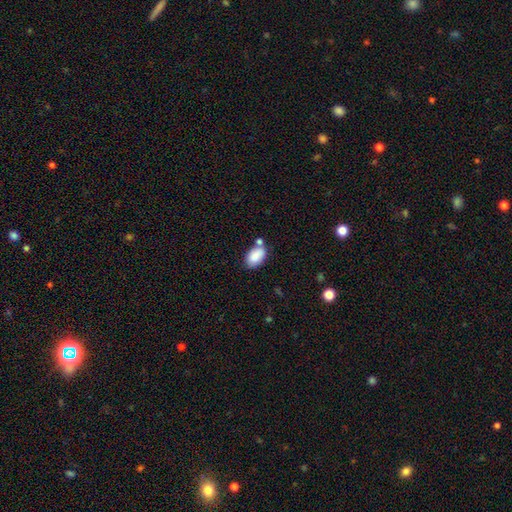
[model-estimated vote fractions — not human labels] Smooth or featured?
  - smooth: 86% *
  - star or artifact: 7%
  - featured or disk: 7%
How rounded?
  - in between: 92% *
  - round: 6%
  - cigar-shaped: 1%
Merging?
  - none: 59% *
  - merger: 19%
  - minor disturbance: 17%
  - major disturbance: 4%